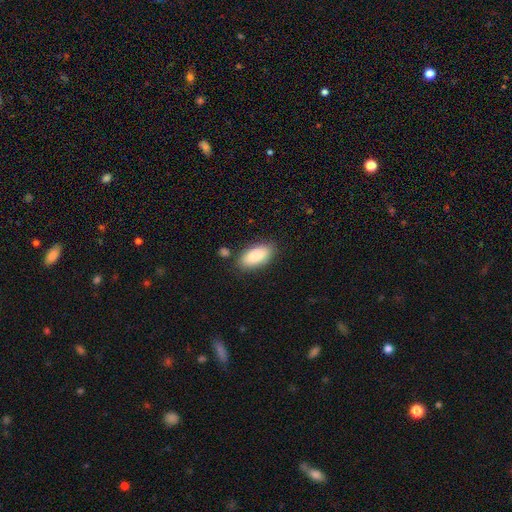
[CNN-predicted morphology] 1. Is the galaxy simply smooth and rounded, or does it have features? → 84% smooth, 10% featured or disk, 6% star or artifact.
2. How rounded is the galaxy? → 90% in between, 8% cigar-shaped, 2% round.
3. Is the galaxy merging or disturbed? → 82% none, 11% minor disturbance, 4% merger, 3% major disturbance.